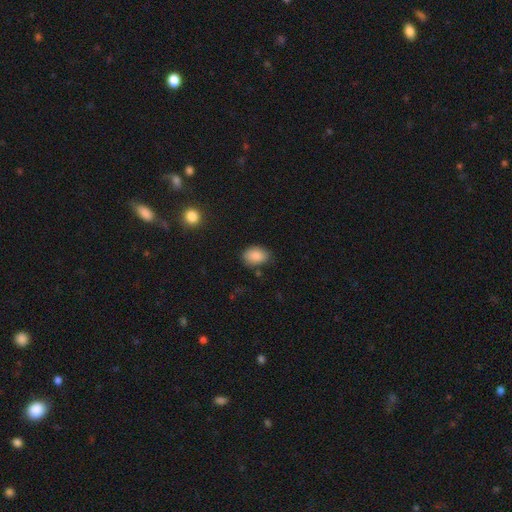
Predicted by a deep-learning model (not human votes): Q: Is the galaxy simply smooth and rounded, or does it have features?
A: smooth — 88%.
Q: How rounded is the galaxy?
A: in between — 79%.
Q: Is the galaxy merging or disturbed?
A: none — 74%.